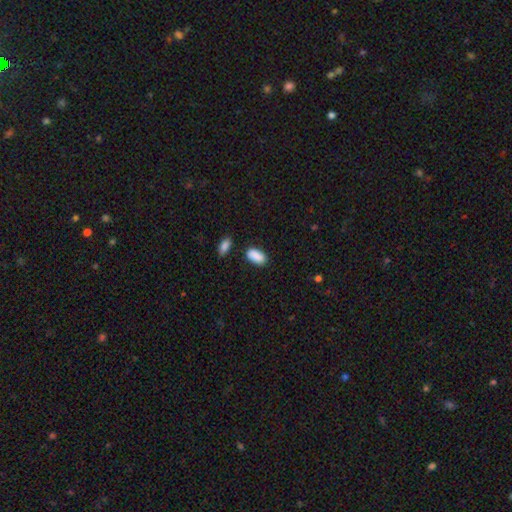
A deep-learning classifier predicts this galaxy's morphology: Smooth or featured: smooth — 90% (star or artifact — 7%)
How rounded: in between — 93% (round — 4%)
Merging: none — 79% (minor disturbance — 13%)